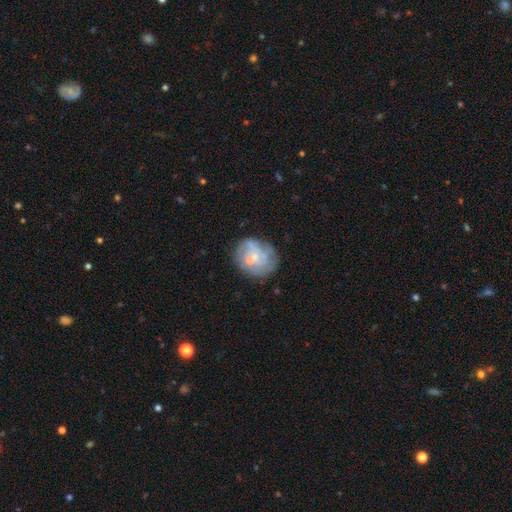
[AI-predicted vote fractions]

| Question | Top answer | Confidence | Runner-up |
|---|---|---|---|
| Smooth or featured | featured or disk | 56% | smooth (33%) |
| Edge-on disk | no | 98% | yes (2%) |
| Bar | no | 80% | weak (17%) |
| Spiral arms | yes | 50% | tied: no (50%) |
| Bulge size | small | 63% | moderate (26%) |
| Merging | none | 58% | minor disturbance (21%) |